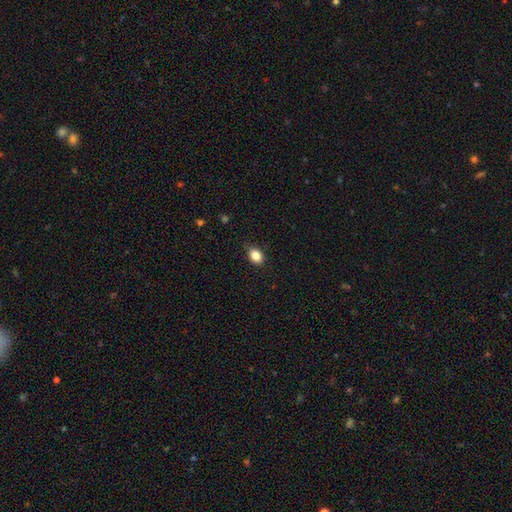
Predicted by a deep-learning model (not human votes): Smooth or featured? smooth (86%)
How rounded? in between (68%)
Merging? none (85%)